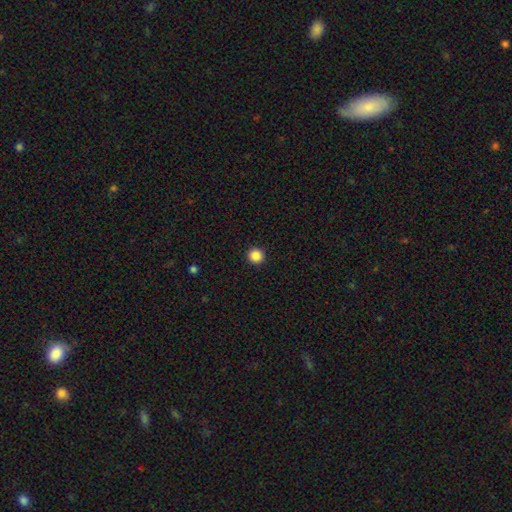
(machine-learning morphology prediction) Smooth or featured? Predicted: smooth (p=0.87). How rounded? Predicted: round (p=0.95). Merging? Predicted: none (p=0.94).